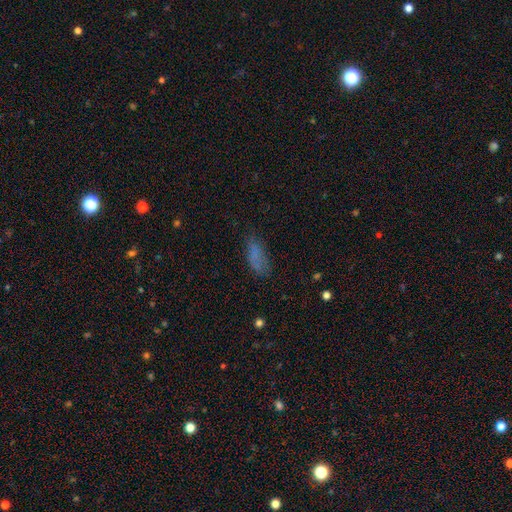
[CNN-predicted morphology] smooth_or_featured: smooth (p=0.71) [alt: featured or disk p=0.15]
how_rounded: in between (p=0.74) [alt: cigar-shaped p=0.23]
merging: none (p=0.62) [alt: minor disturbance p=0.24]